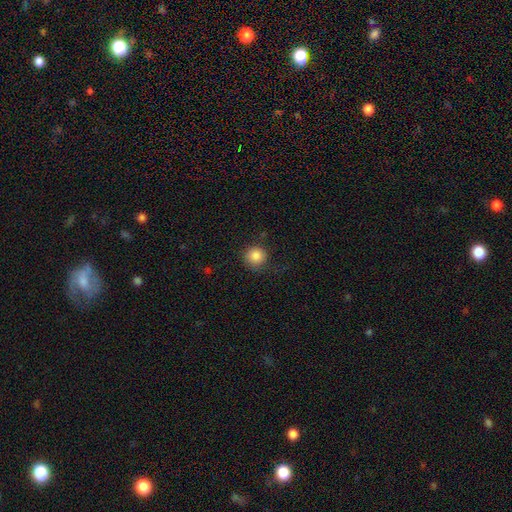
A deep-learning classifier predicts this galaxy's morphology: Overall: smooth (86%). How rounded: round (93%). Merging: none (77%).